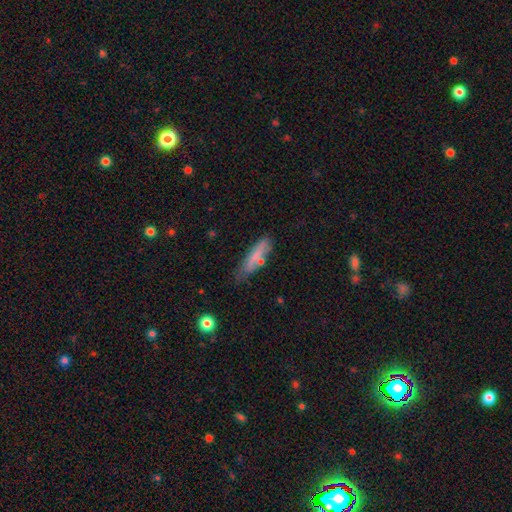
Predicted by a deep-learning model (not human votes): Overall: smooth (70%). How rounded: cigar-shaped (77%). Merging: none (66%).